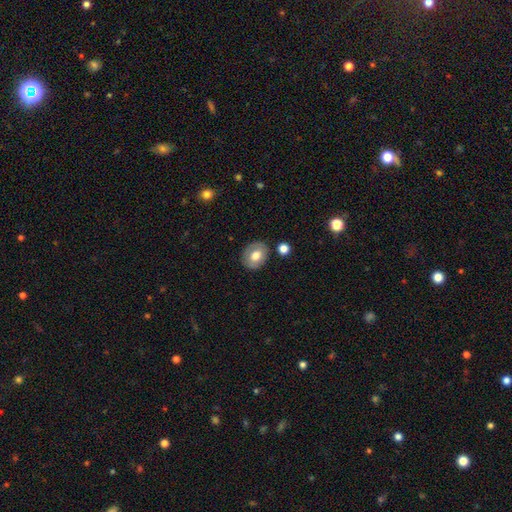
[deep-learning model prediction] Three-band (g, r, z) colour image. It shows a smooth galaxy with no disk features (67%) that is round (55%). Merging: none (83%).